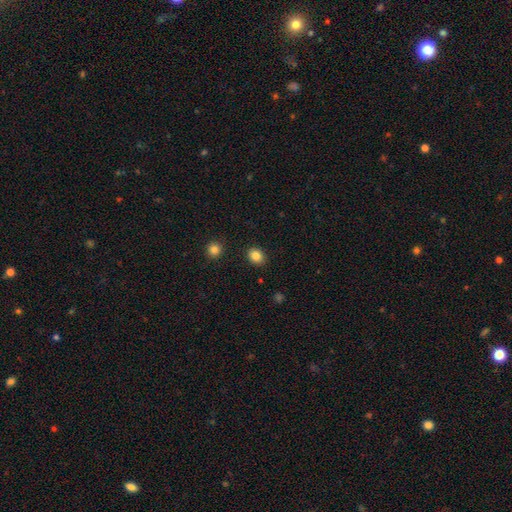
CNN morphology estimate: This is clearly a smooth galaxy (84%). How rounded: possibly round (53%). Merging: clearly none (89%).